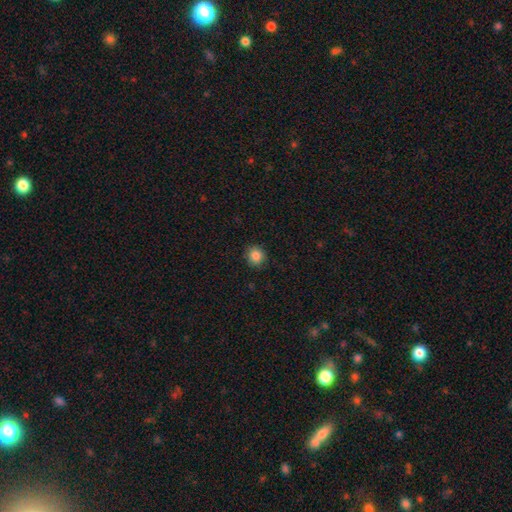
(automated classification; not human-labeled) Smooth or featured? Predicted: smooth (p=0.86). How rounded? Predicted: round (p=0.89). Merging? Predicted: none (p=0.89).